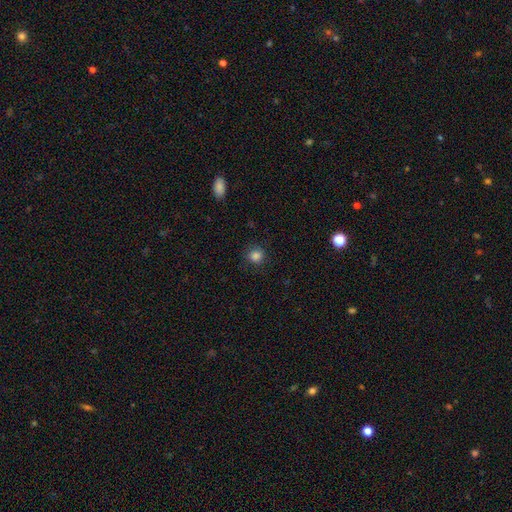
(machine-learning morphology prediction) The model was most divided on "smooth or featured": smooth: 84%, star or artifact: 12%, featured or disk: 4%. More confident: how rounded — round (86%); merging — none (85%).